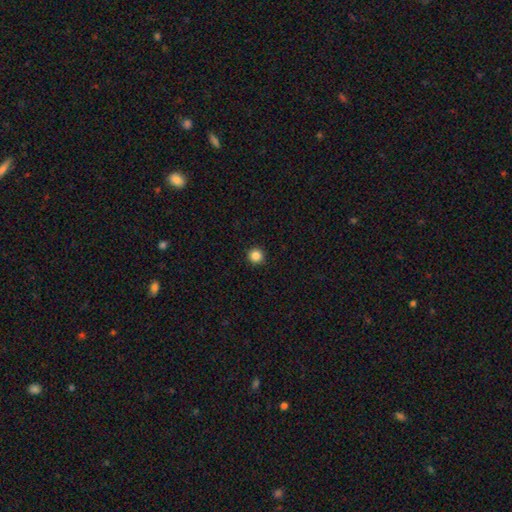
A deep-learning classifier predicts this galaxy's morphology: A smooth galaxy with no disk features (86%) that is round (96%).

Vote fractions:
- Smooth or featured? smooth: 86% / star or artifact: 11% / featured or disk: 3%
- How rounded? round: 96% / in between: 3% / cigar-shaped: 1%
- Merging? none: 94% / minor disturbance: 4% / major disturbance: 1% / merger: 1%